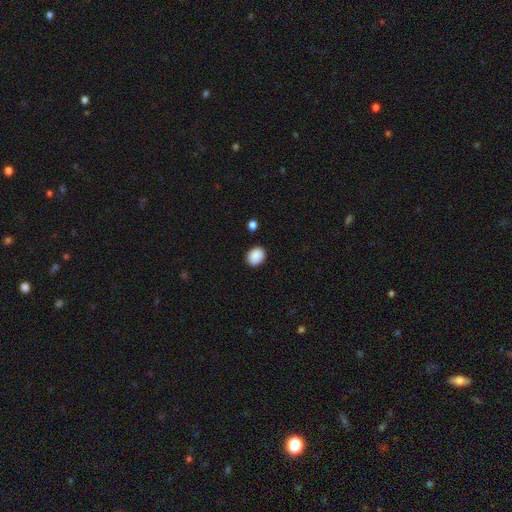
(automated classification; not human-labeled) A smooth galaxy with no disk features (89%) that is round (52%).

Vote fractions:
- Smooth or featured? smooth: 89% / star or artifact: 8% / featured or disk: 3%
- How rounded? round: 52% / in between: 48% / cigar-shaped: 1%
- Merging? none: 87% / minor disturbance: 9% / major disturbance: 2% / merger: 2%